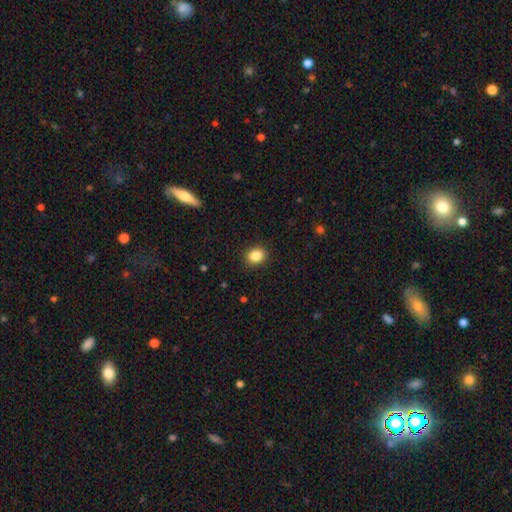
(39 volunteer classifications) Morphology: type=smooth (87%); roundness=round (65%); merging=none (89%).